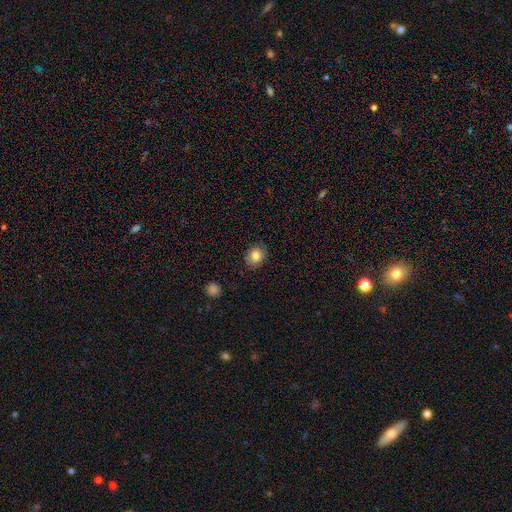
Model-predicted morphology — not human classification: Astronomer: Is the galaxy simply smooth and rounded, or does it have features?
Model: smooth — 83%.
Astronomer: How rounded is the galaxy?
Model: round — 59% (runner-up: in between, 40%).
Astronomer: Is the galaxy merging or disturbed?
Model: none — 86%.